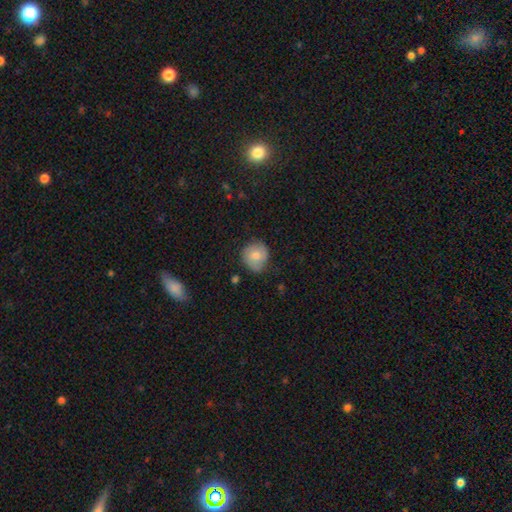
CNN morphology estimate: Smooth or featured? smooth (72%)
How rounded? round (87%)
Merging? none (69%)